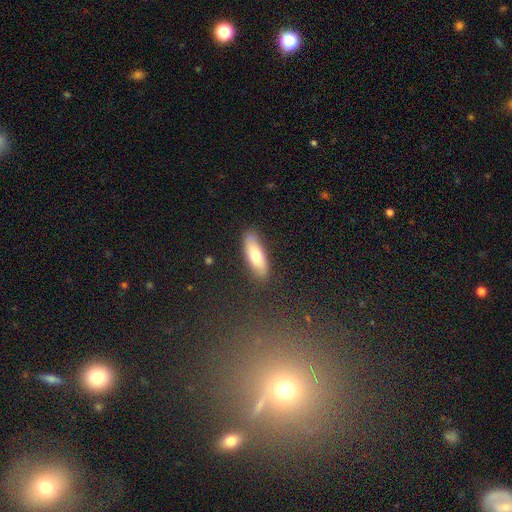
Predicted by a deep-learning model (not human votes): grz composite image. It shows a smooth galaxy with no disk features (71%) that is in between round and cigar-shaped (57%). Merging: none (85%).